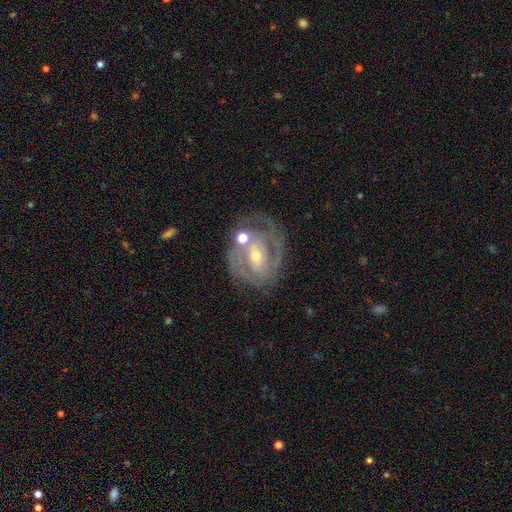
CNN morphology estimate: Smooth or featured? Predicted: featured or disk (p=0.83). Edge-on disk? Predicted: no (p=0.97). Bar? Predicted: no (p=0.42). Spiral arms? Predicted: yes (p=0.88). Spiral winding? Predicted: tight (p=0.60). Spiral arm count? Predicted: 2 (p=0.49). Bulge size? Predicted: small (p=0.52). Merging? Predicted: none (p=0.62).